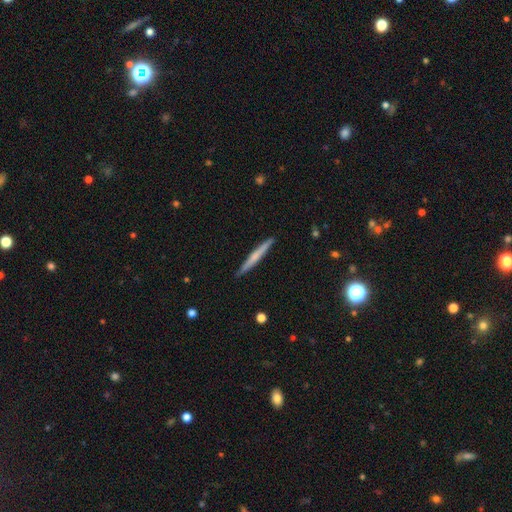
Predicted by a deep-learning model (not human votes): A smooth galaxy with no disk features (50%) that is cigar-shaped (97%). Merging: none (91%).